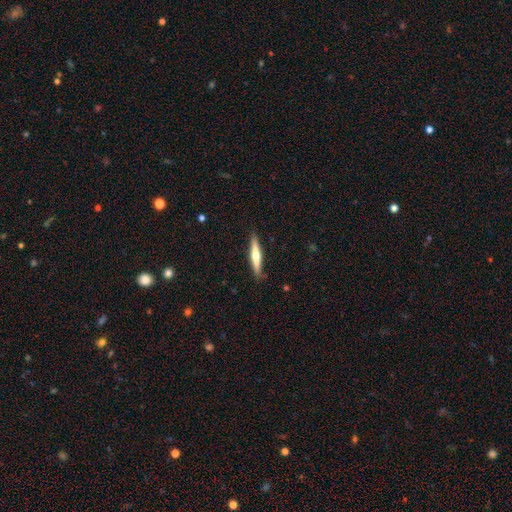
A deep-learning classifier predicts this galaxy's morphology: smooth_or_featured: featured or disk (p=0.49) [alt: smooth p=0.46]
merging: none (p=0.88) [alt: minor disturbance p=0.09]